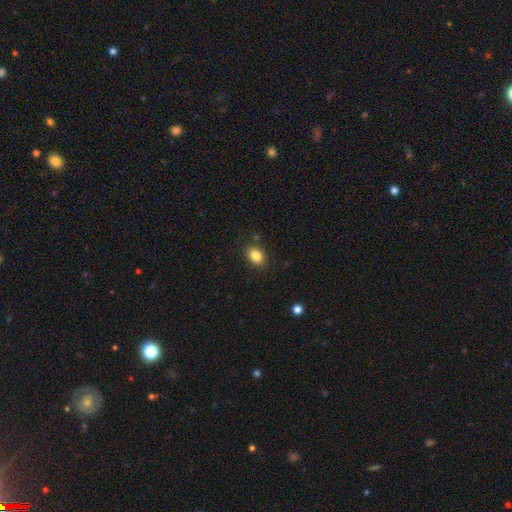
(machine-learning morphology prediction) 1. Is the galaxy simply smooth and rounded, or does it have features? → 84% smooth, 9% star or artifact, 6% featured or disk.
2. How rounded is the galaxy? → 74% in between, 25% round, 1% cigar-shaped.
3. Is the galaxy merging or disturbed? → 85% none, 10% minor disturbance, 3% merger, 3% major disturbance.